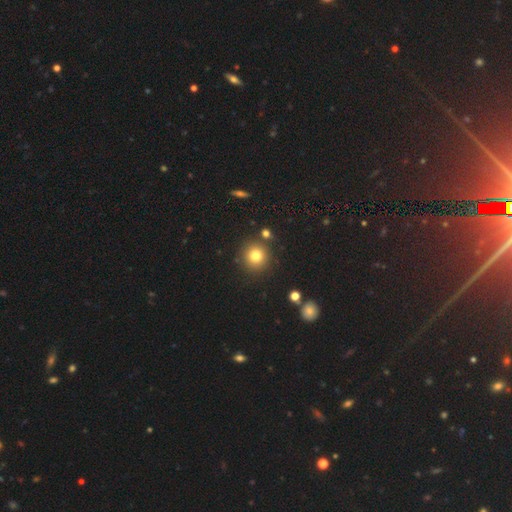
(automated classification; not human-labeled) A smooth galaxy with no disk features (79%) that is round (93%).

Vote fractions:
- Smooth or featured? smooth: 79% / star or artifact: 13% / featured or disk: 8%
- How rounded? round: 93% / in between: 6% / cigar-shaped: 1%
- Merging? none: 86% / minor disturbance: 7% / merger: 5% / major disturbance: 2%